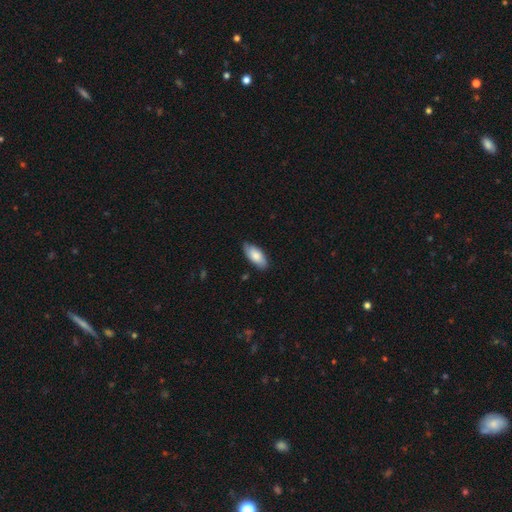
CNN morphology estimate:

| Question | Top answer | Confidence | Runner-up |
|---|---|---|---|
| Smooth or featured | smooth | 79% | featured or disk (15%) |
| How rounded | in between | 88% | cigar-shaped (10%) |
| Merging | none | 79% | minor disturbance (17%) |